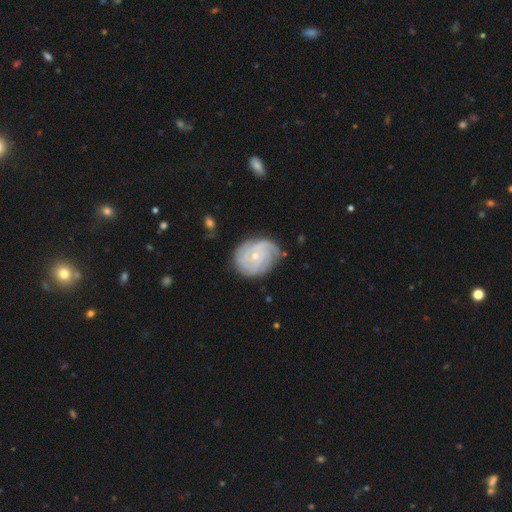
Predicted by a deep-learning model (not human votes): Q: Smooth or featured?
A: featured or disk (85%); runner-up: smooth (9%)
Q: Edge-on disk?
A: no (98%); runner-up: yes (2%)
Q: Bar?
A: no (72%); runner-up: weak (23%)
Q: Spiral arms?
A: yes (97%); runner-up: no (3%)
Q: Spiral winding?
A: tight (77%); runner-up: medium (19%)
Q: Spiral arm count?
A: 3 (27%); runner-up: can't tell (23%)
Q: Bulge size?
A: small (68%); runner-up: moderate (29%)
Q: Merging?
A: none (75%); runner-up: minor disturbance (19%)